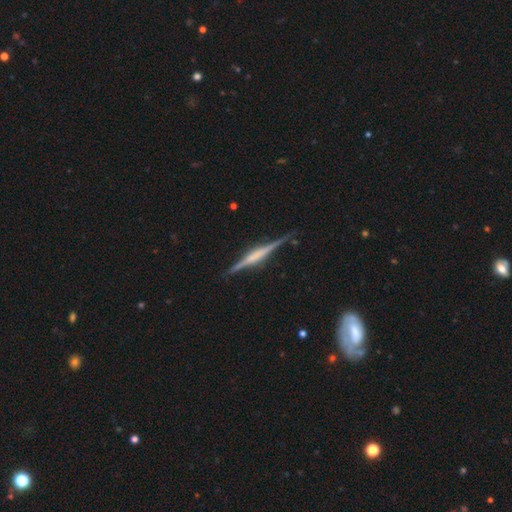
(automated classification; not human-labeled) Morphology: type=featured or disk (79%); edge-on=yes (98%); edge-on bulge=rounded (44%); merging=none (87%).